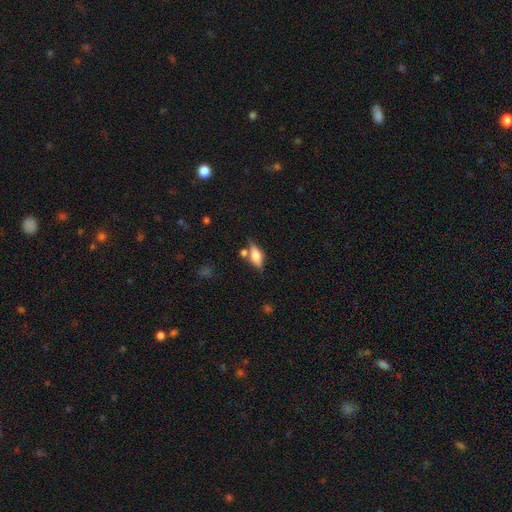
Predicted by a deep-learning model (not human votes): A smooth galaxy with no disk features (53%) that is in between round and cigar-shaped (69%).

Vote fractions:
- Smooth or featured? smooth: 53% / featured or disk: 38% / star or artifact: 9%
- How rounded? in between: 69% / cigar-shaped: 26% / round: 5%
- Merging? none: 65% / minor disturbance: 16% / merger: 13% / major disturbance: 5%